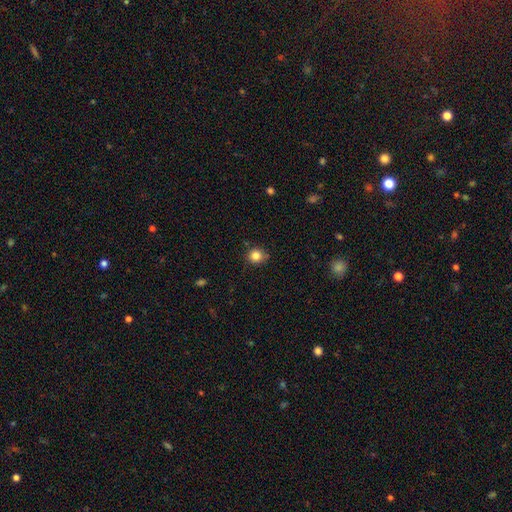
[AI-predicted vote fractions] A smooth galaxy with no disk features (84%) that is round (88%). Merging: none (81%).